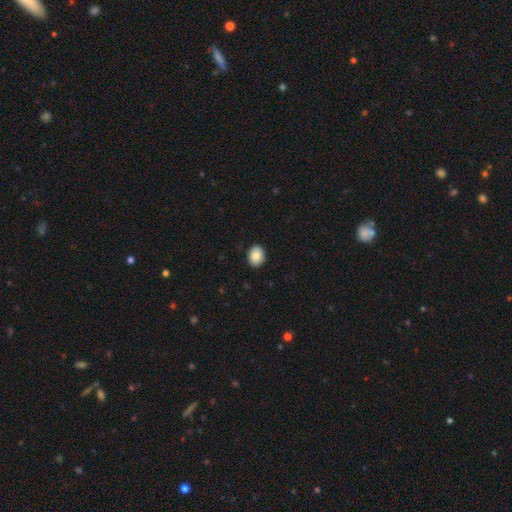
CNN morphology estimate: A smooth galaxy with no disk features (81%) that is in between round and cigar-shaped (54%).

Vote fractions:
- Smooth or featured? smooth: 81% / featured or disk: 11% / star or artifact: 8%
- How rounded? in between: 54% / round: 45% / cigar-shaped: 1%
- Merging? none: 89% / minor disturbance: 8% / major disturbance: 2% / merger: 1%